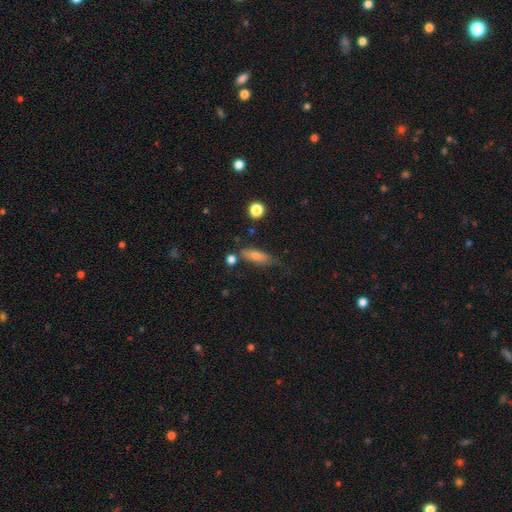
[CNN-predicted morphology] Smooth or featured? Predicted: smooth (p=0.54). How rounded? Predicted: cigar-shaped (p=0.51). Merging? Predicted: none (p=0.63).